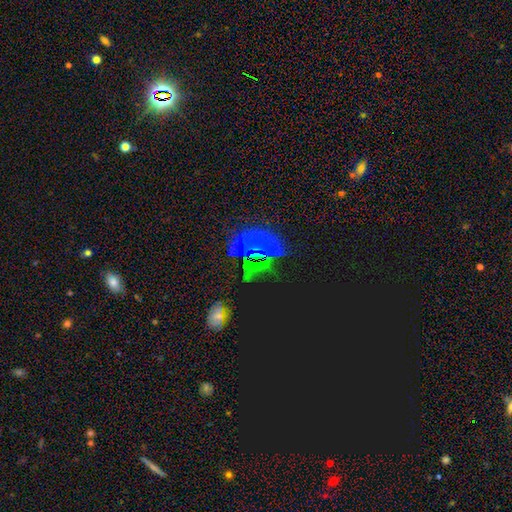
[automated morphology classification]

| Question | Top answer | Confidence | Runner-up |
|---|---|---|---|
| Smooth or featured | star or artifact | 70% | smooth (19%) |